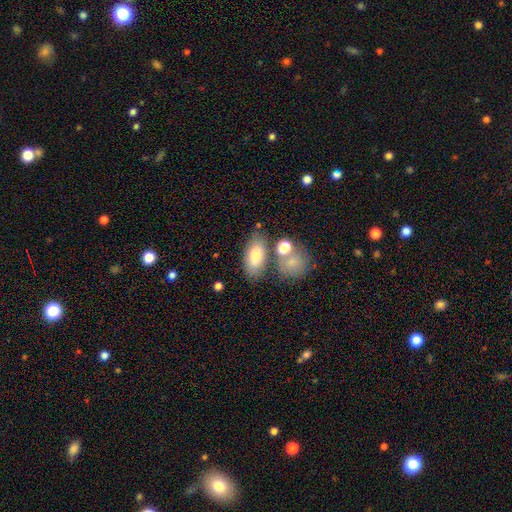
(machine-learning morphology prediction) A smooth galaxy with no disk features (78%) that is in between round and cigar-shaped (90%). Merging: none (65%).